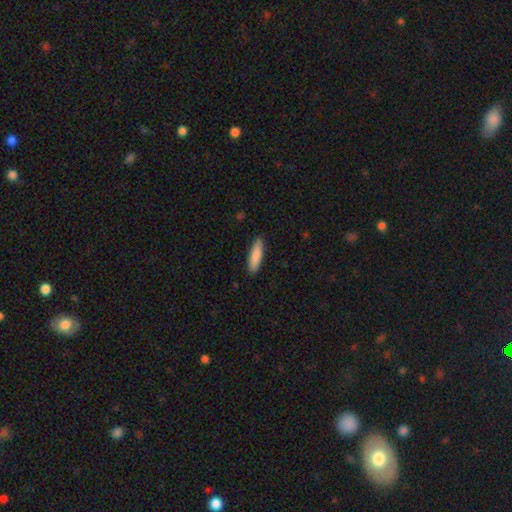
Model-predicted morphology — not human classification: smooth-or-featured: smooth: 87% | featured or disk: 8% | star or artifact: 5%
  how-rounded: cigar-shaped: 72% | in between: 27% | round: 1%
  merging: none: 90% | minor disturbance: 8% | major disturbance: 2% | merger: 1%